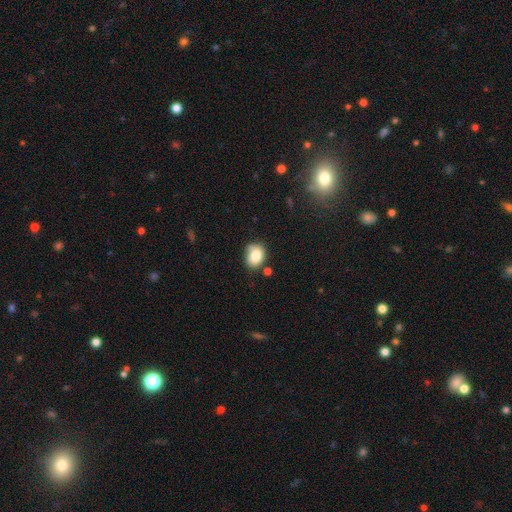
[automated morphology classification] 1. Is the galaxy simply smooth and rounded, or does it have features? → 81% smooth, 9% star or artifact, 9% featured or disk.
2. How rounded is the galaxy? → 52% in between, 47% round, 1% cigar-shaped.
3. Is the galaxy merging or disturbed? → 63% none, 24% minor disturbance, 8% merger, 5% major disturbance.